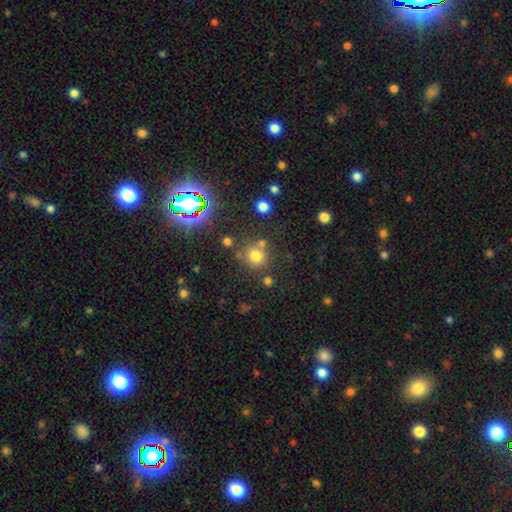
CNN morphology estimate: A smooth galaxy with no disk features (72%) that is round (89%). Merging: none (71%).